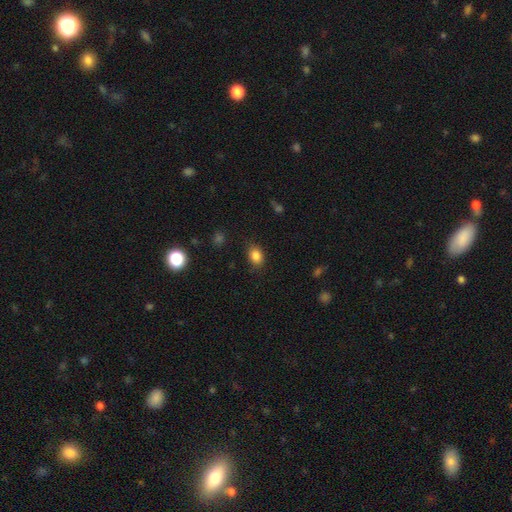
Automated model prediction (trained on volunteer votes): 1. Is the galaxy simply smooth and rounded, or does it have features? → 84% smooth, 11% star or artifact, 5% featured or disk.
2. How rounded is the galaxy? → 68% in between, 31% round, 1% cigar-shaped.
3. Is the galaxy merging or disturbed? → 83% none, 12% minor disturbance, 4% major disturbance, 1% merger.